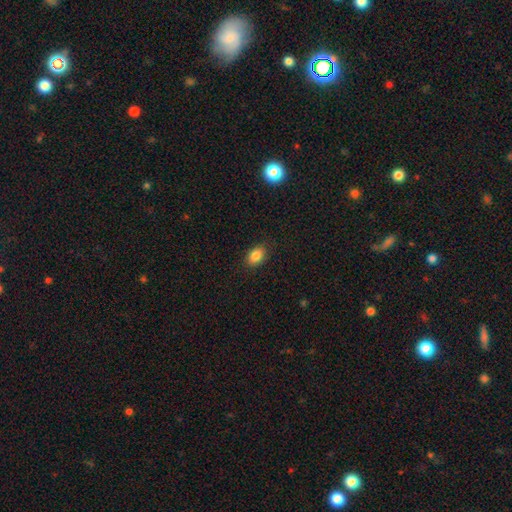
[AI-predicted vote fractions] Smooth or featured: smooth — 86% (star or artifact — 9%)
How rounded: in between — 82% (round — 17%)
Merging: none — 87% (minor disturbance — 9%)